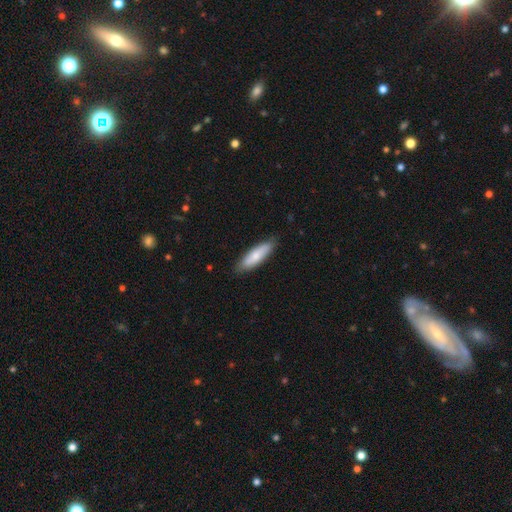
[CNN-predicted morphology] smooth_or_featured: smooth (p=0.75) [alt: featured or disk p=0.20]
how_rounded: cigar-shaped (p=0.57) [alt: in between p=0.41]
merging: none (p=0.86) [alt: minor disturbance p=0.11]